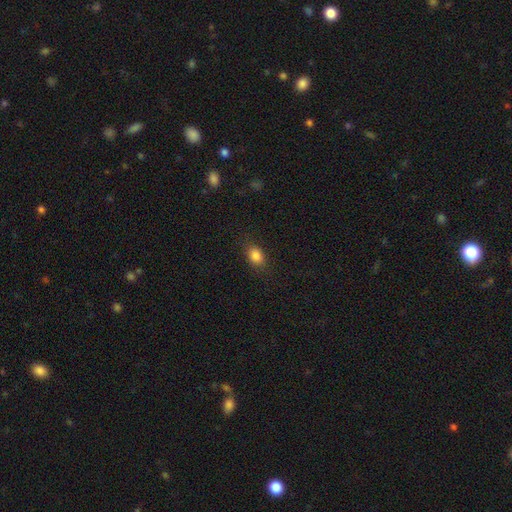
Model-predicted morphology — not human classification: type=smooth (84%); roundness=in between (75%); merging=none (85%).